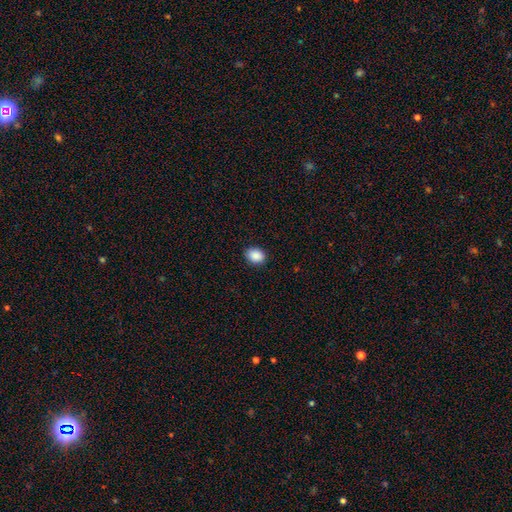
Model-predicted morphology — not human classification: smooth_or_featured: smooth (p=0.89) [alt: star or artifact p=0.08]
how_rounded: in between (p=0.56) [alt: round p=0.43]
merging: none (p=0.89) [alt: minor disturbance p=0.08]